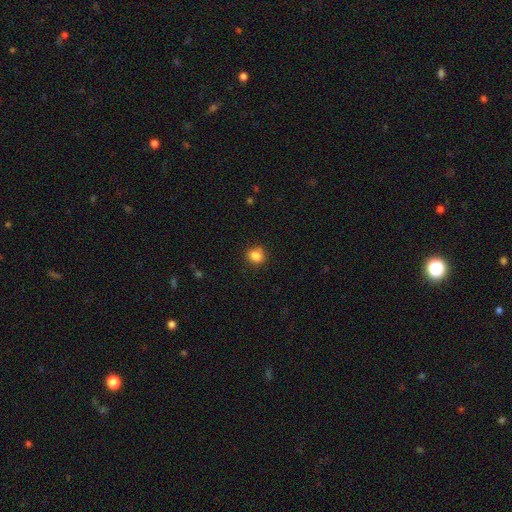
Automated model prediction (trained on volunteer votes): A smooth galaxy with no disk features (85%) that is round (78%). Merging: none (86%).